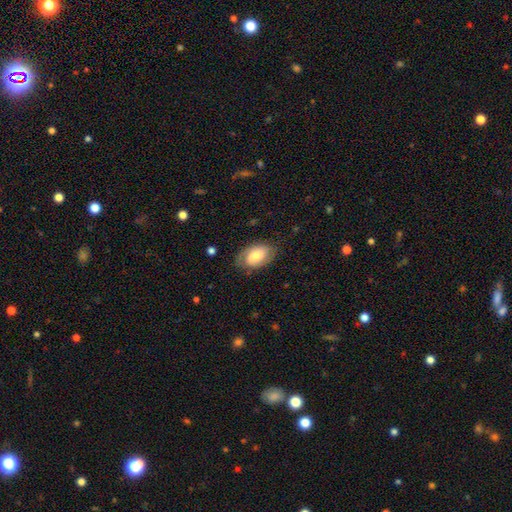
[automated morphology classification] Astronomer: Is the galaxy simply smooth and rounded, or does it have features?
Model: smooth — 59% (runner-up: featured or disk, 34%).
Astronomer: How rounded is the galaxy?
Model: in between — 90%.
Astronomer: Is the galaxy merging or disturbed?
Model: none — 72%.